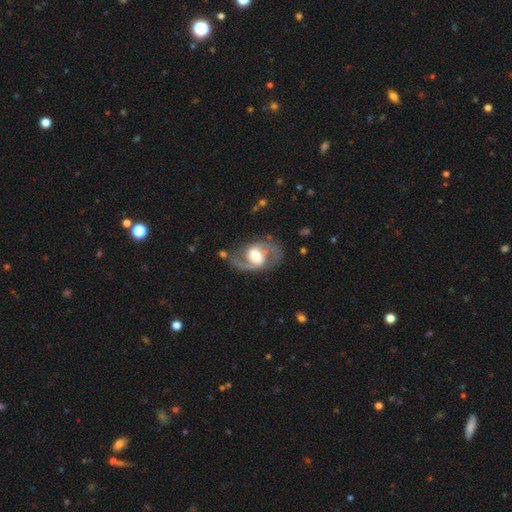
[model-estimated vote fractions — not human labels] This appears to be a featured or disk galaxy (85%) with a weak bar (42%), 2 (90%) medium (56%) spiral arms (92%) and a moderate central bulge (55%). Merging: none (74%).